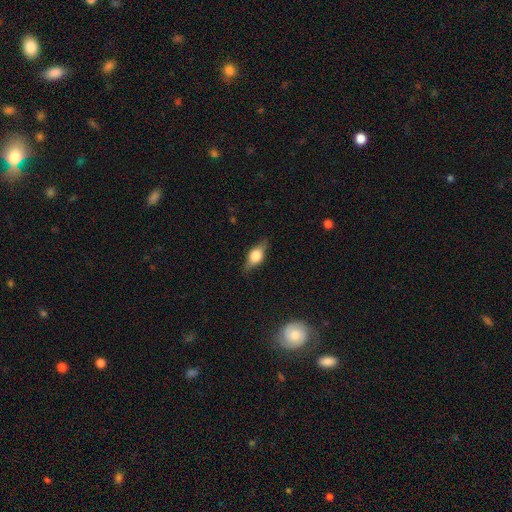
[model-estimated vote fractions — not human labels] featured or disk 48%, smooth 44%, star or artifact 8%. Down the decision tree: merging — none (83%).